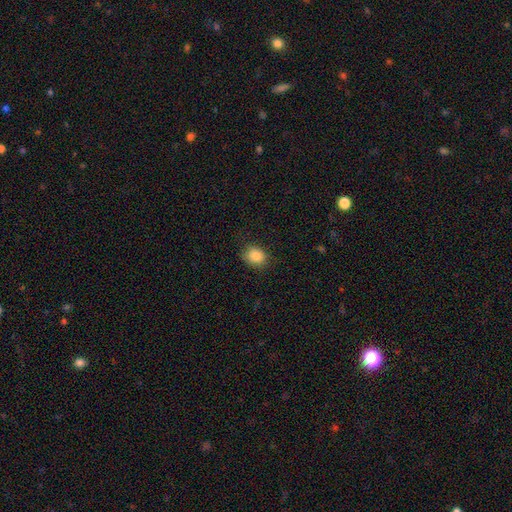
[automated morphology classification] type=smooth (87%); roundness=round (54%); merging=none (81%).